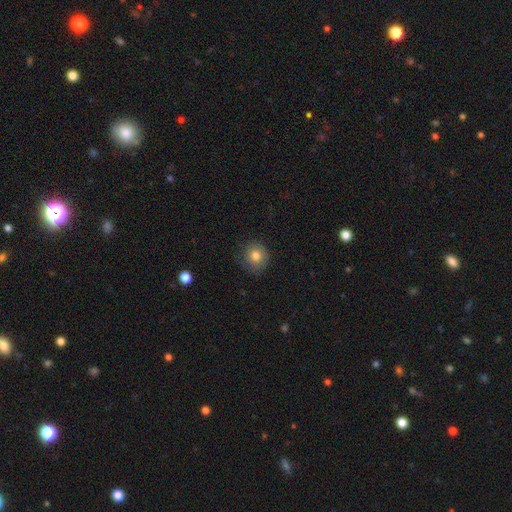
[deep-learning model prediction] Q: Smooth or featured?
A: smooth (77%); runner-up: featured or disk (13%)
Q: How rounded?
A: round (86%); runner-up: in between (13%)
Q: Merging?
A: none (79%); runner-up: minor disturbance (16%)